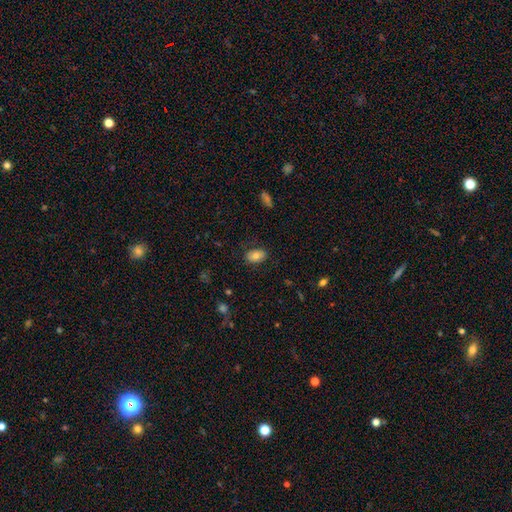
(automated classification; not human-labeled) Morphology: type=smooth (75%); roundness=in between (86%); merging=none (81%).